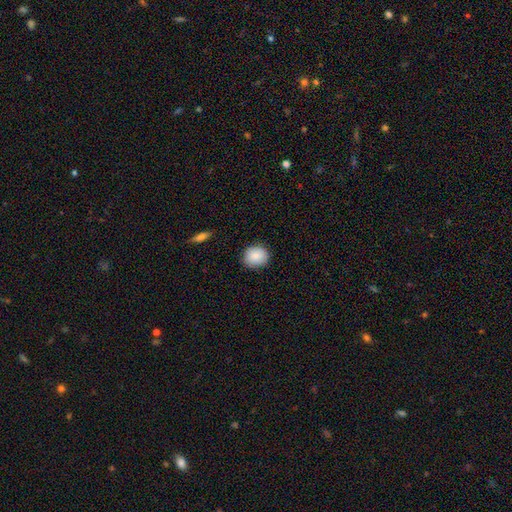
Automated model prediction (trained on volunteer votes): This is clearly a smooth galaxy (87%). How rounded: likely round (79%). Merging: clearly none (87%).